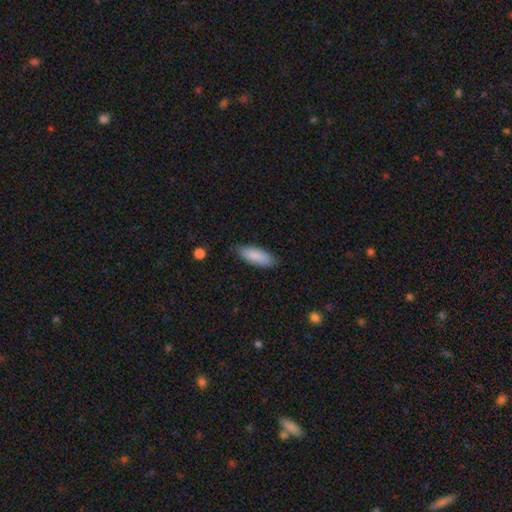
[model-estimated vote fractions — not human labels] smooth-or-featured: smooth: 88% | featured or disk: 7% | star or artifact: 6%
  how-rounded: in between: 68% | cigar-shaped: 31% | round: 2%
  merging: none: 83% | minor disturbance: 13% | major disturbance: 2% | merger: 1%